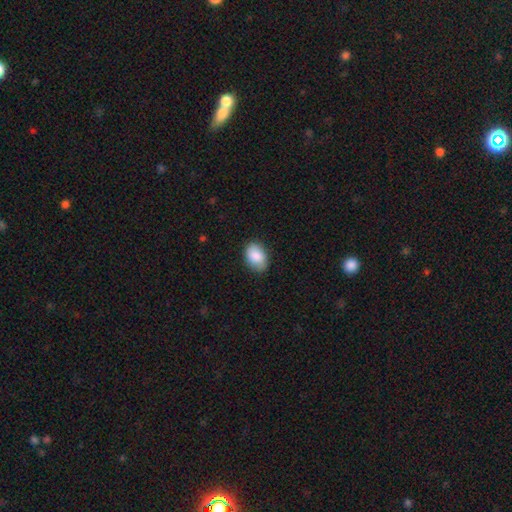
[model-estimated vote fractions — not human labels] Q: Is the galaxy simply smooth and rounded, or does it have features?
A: smooth — 88%.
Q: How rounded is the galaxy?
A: in between — 83%.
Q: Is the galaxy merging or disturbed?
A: none — 82%.